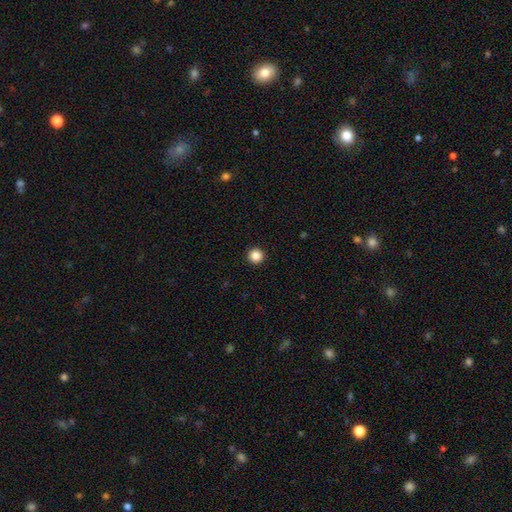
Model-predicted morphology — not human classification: smooth 86%, star or artifact 11%, featured or disk 4%. Down the decision tree: how rounded — round (96%); merging — none (94%).